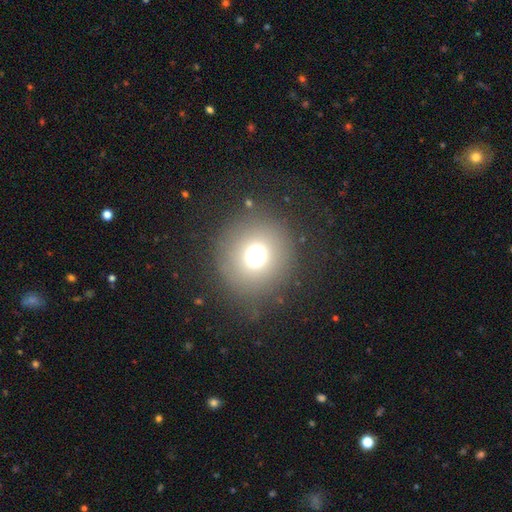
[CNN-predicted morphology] Overall: smooth (71%). How rounded: round (94%). Merging: none (84%).